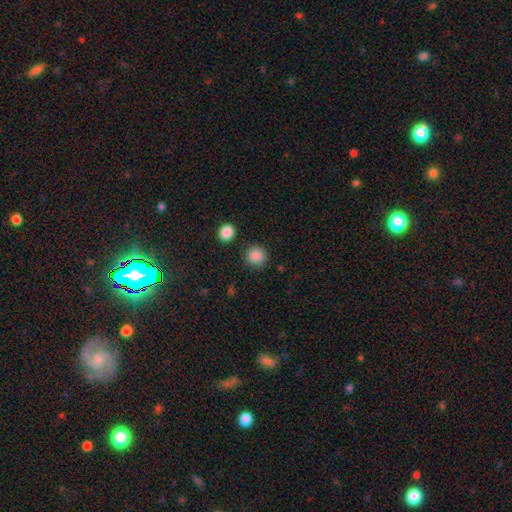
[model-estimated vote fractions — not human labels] smooth_or_featured: smooth (p=0.87) [alt: star or artifact p=0.10]
how_rounded: round (p=0.92) [alt: in between p=0.07]
merging: none (p=0.86) [alt: minor disturbance p=0.08]